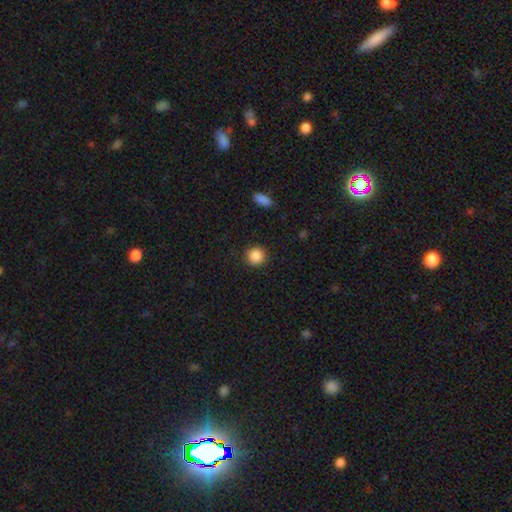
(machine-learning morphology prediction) Smooth or featured?
  - smooth: 87% *
  - star or artifact: 9%
  - featured or disk: 4%
How rounded?
  - round: 92% *
  - in between: 7%
  - cigar-shaped: 1%
Merging?
  - none: 90% *
  - minor disturbance: 7%
  - major disturbance: 2%
  - merger: 1%